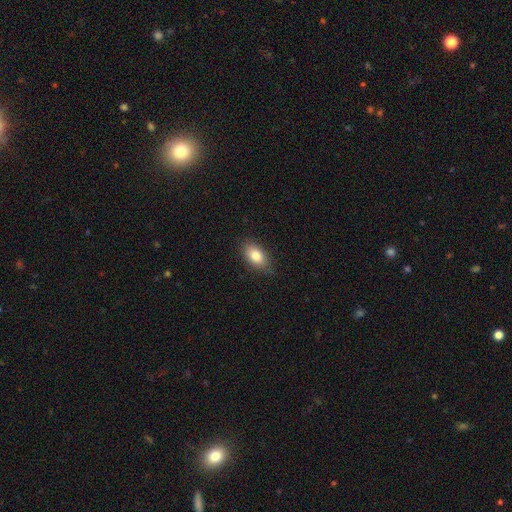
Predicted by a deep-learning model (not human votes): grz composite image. It shows a smooth galaxy with no disk features (82%) that is in between round and cigar-shaped (89%). Merging: none (82%).